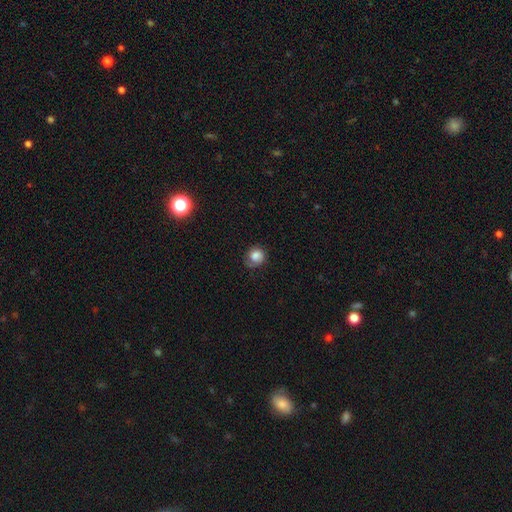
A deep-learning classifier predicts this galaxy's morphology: smooth_or_featured: smooth (p=0.76) [alt: featured or disk p=0.15]
how_rounded: round (p=0.82) [alt: in between p=0.17]
merging: none (p=0.65) [alt: minor disturbance p=0.24]